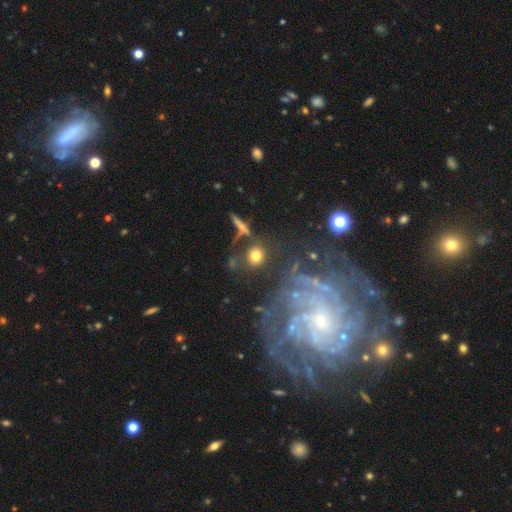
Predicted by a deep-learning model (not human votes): Overall: smooth (73%). How rounded: round (87%). Merging: none (74%).